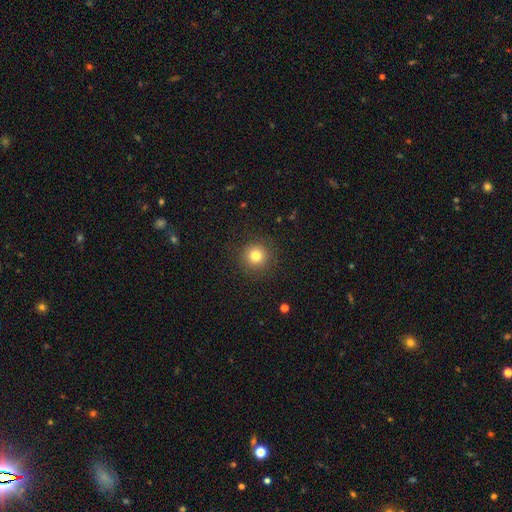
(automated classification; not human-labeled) Q: Smooth or featured?
A: smooth (80%); runner-up: star or artifact (13%)
Q: How rounded?
A: round (95%); runner-up: in between (4%)
Q: Merging?
A: none (90%); runner-up: minor disturbance (6%)